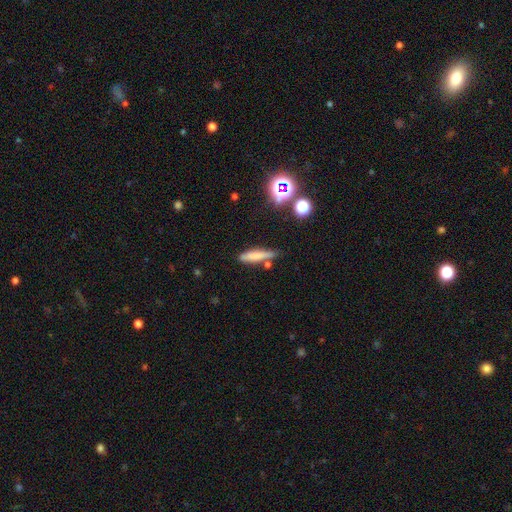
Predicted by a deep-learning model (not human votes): This is likely a smooth galaxy (71%). How rounded: likely cigar-shaped (78%). Merging: likely none (66%).